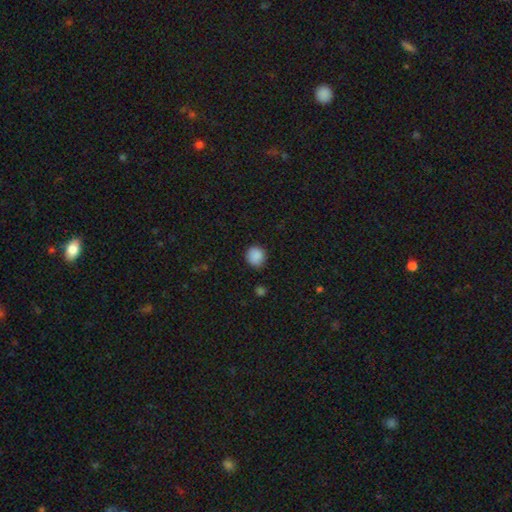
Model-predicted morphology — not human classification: Smooth or featured: smooth — 88% (star or artifact — 9%)
How rounded: round — 85% (in between — 14%)
Merging: none — 83% (minor disturbance — 12%)